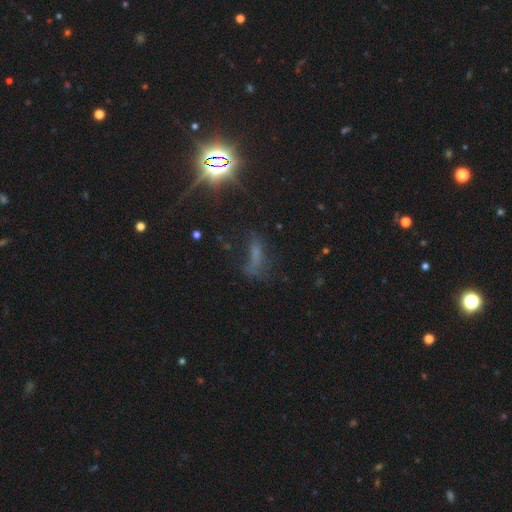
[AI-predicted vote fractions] Smooth or featured?
  - star or artifact: 43% *
  - smooth: 32%
  - featured or disk: 25%